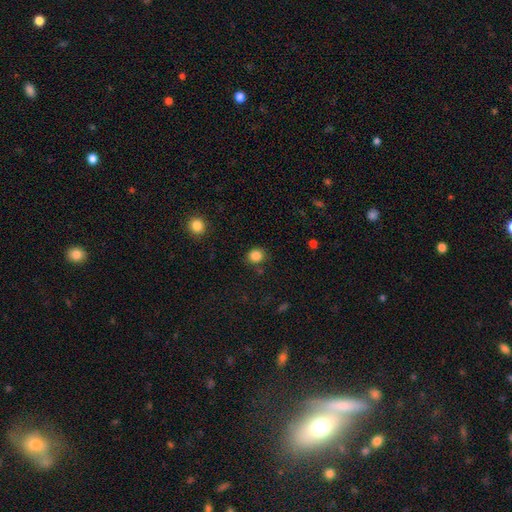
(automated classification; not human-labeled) The model was most divided on "how rounded": round: 78%, in between: 21%, cigar-shaped: 1%. More confident: smooth or featured — smooth (85%); merging — none (81%).